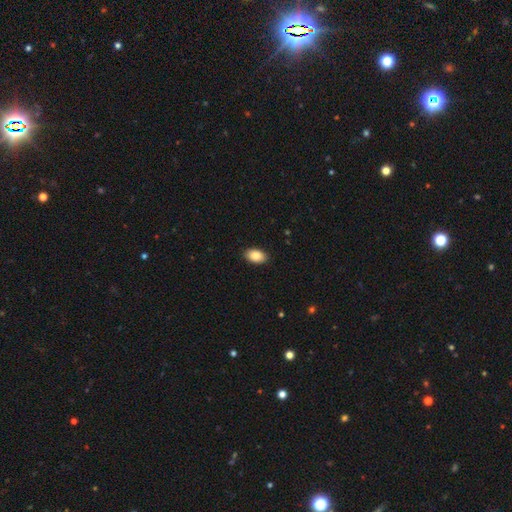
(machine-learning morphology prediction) The model was most divided on "smooth or featured": smooth: 87%, star or artifact: 7%, featured or disk: 6%. More confident: how rounded — in between (93%); merging — none (90%).